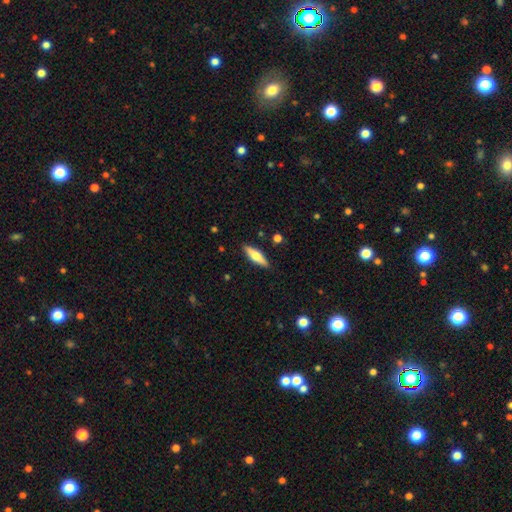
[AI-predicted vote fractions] smooth-or-featured: smooth: 55% | featured or disk: 39% | star or artifact: 6%
  how-rounded: cigar-shaped: 60% | in between: 37% | round: 2%
  merging: none: 88% | minor disturbance: 9% | major disturbance: 2% | merger: 2%